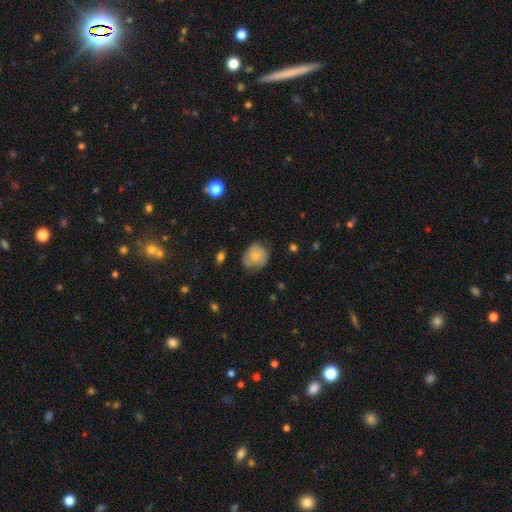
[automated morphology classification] Smooth or featured: smooth — 70% (featured or disk — 22%)
How rounded: round — 70% (in between — 29%)
Merging: none — 56% (minor disturbance — 33%)